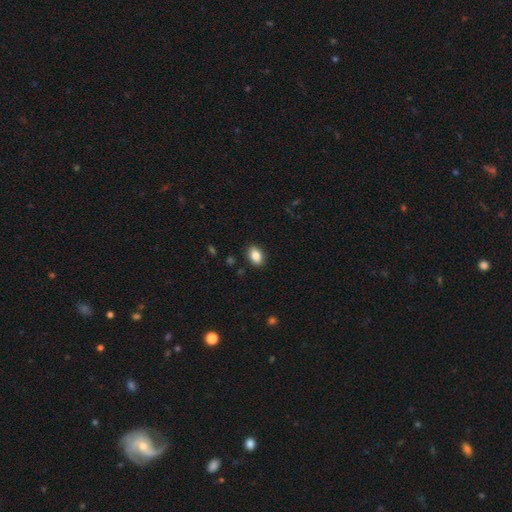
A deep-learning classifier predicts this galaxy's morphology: Overall: smooth (85%). How rounded: in between (85%). Merging: none (89%).